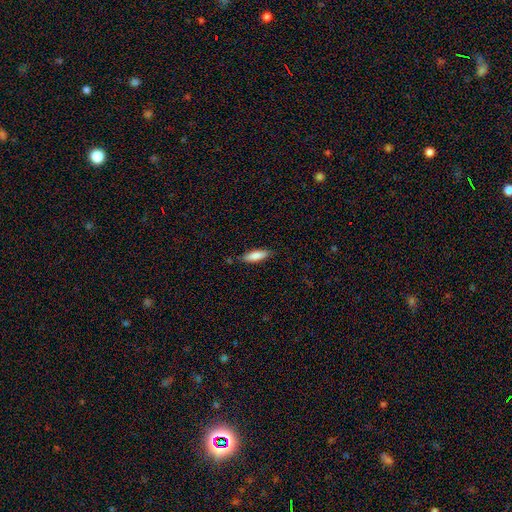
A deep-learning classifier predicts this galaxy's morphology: Smooth or featured: smooth — 84% (featured or disk — 10%)
How rounded: cigar-shaped — 50% (in between — 48%)
Merging: none — 83% (minor disturbance — 13%)